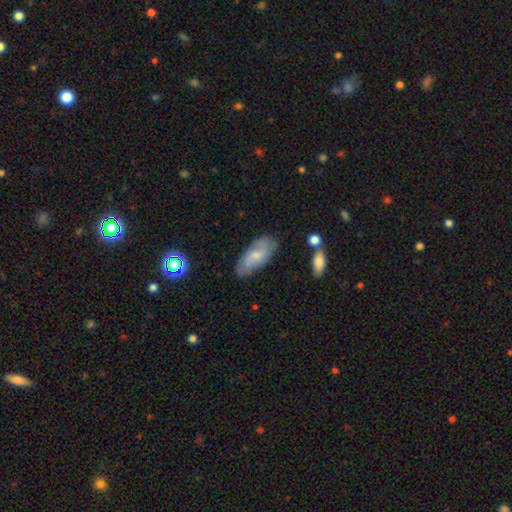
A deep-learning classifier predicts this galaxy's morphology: This is possibly a smooth galaxy (56%). How rounded: clearly in between (85%). Merging: likely none (76%).